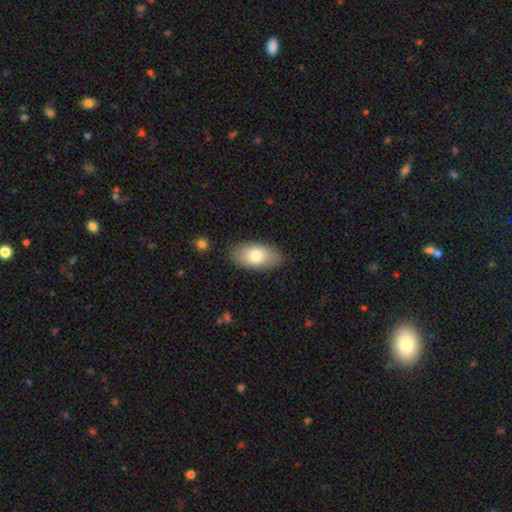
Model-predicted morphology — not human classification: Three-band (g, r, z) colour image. It shows a smooth galaxy with no disk features (78%) that is in between round and cigar-shaped (94%). Merging: none (84%).